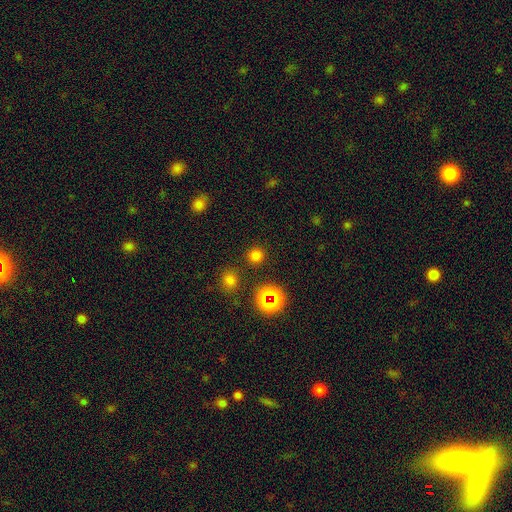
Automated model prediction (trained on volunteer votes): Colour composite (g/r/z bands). It shows a smooth galaxy with no disk features (72%) that is round (92%). Merging: none (86%).